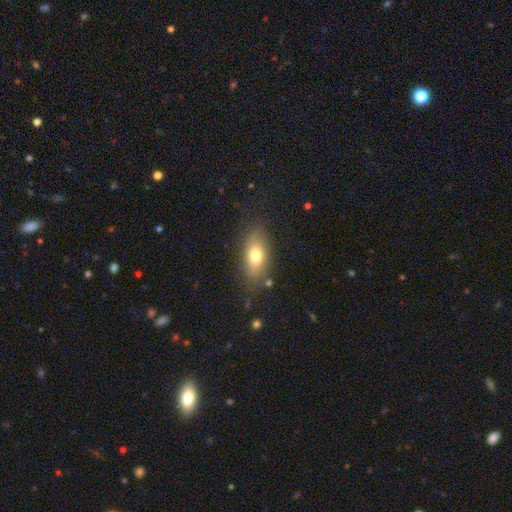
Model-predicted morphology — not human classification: The model was most divided on "smooth or featured": smooth: 72%, featured or disk: 19%, star or artifact: 9%. More confident: how rounded — in between (84%); merging — none (80%).